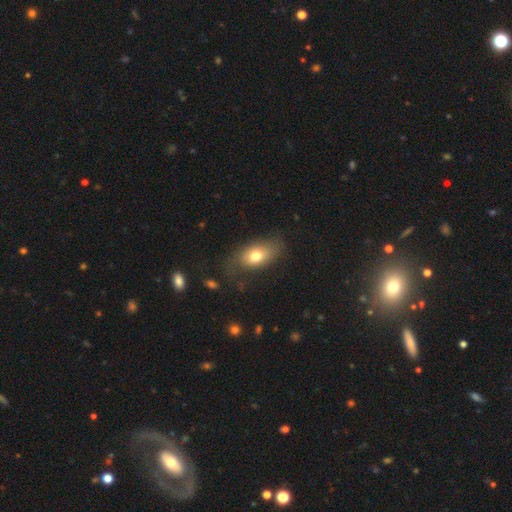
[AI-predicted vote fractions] A smooth galaxy with no disk features (71%) that is in between round and cigar-shaped (86%).

Vote fractions:
- Smooth or featured? smooth: 71% / featured or disk: 20% / star or artifact: 9%
- How rounded? in between: 86% / round: 11% / cigar-shaped: 4%
- Merging? none: 64% / minor disturbance: 23% / major disturbance: 11% / merger: 2%